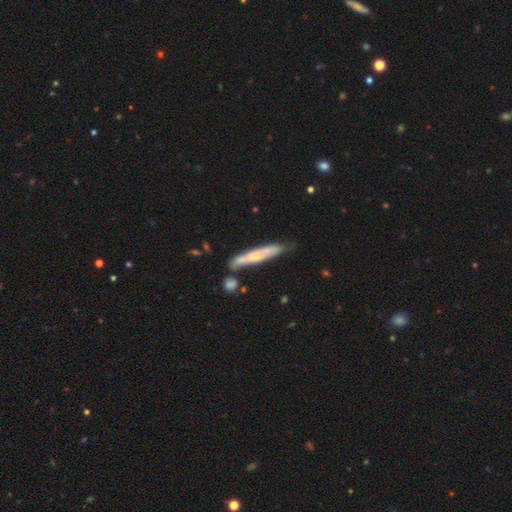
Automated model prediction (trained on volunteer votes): featured or disk 49%, smooth 45%, star or artifact 6%. Down the decision tree: merging — none (64%).